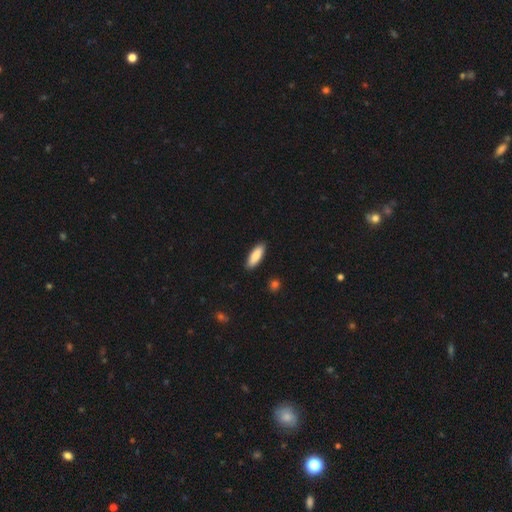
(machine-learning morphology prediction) Smooth or featured: smooth — 85% (featured or disk — 10%)
How rounded: in between — 63% (cigar-shaped — 36%)
Merging: none — 90% (minor disturbance — 8%)